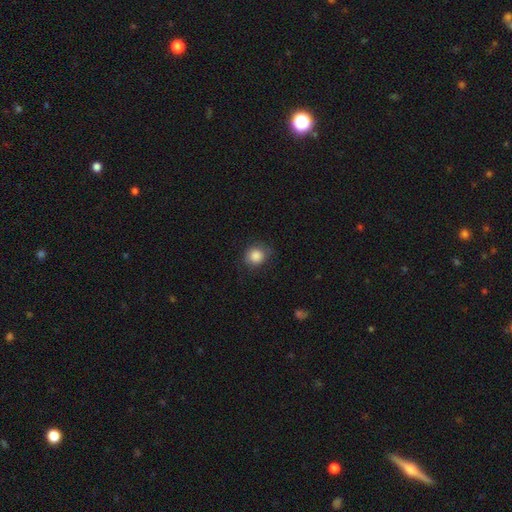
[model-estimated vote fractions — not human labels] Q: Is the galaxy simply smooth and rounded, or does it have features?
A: smooth — 86%.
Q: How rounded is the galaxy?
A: round — 82%.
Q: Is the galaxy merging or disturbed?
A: none — 76%.